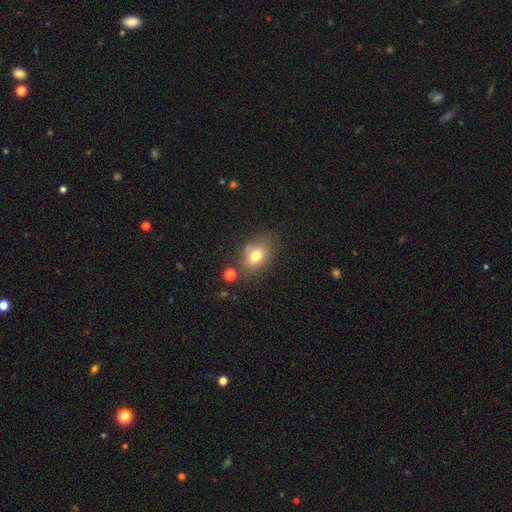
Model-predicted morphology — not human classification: Q: Smooth or featured?
A: smooth (76%); runner-up: featured or disk (12%)
Q: How rounded?
A: in between (67%); runner-up: round (32%)
Q: Merging?
A: none (71%); runner-up: minor disturbance (18%)